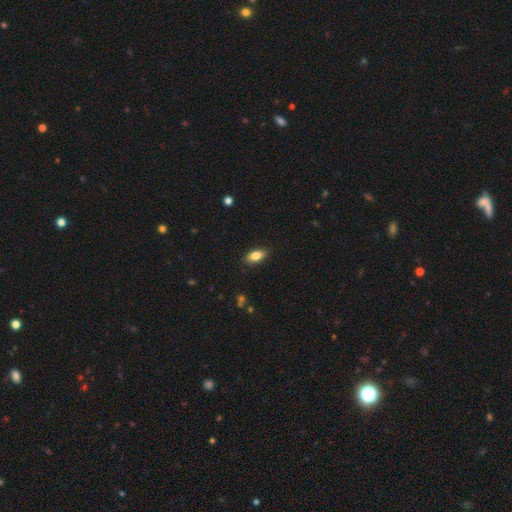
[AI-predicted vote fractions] Overall: smooth (82%). How rounded: in between (88%). Merging: none (87%).